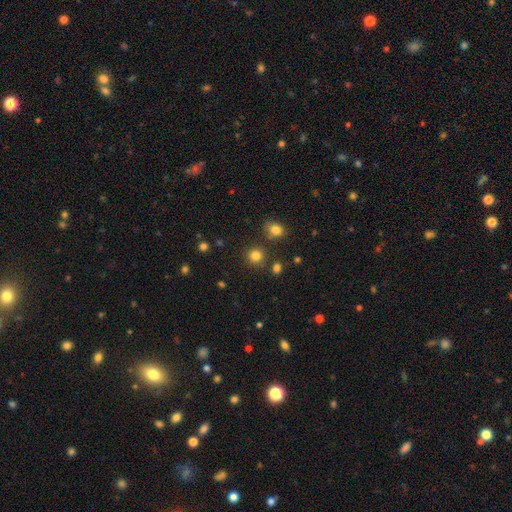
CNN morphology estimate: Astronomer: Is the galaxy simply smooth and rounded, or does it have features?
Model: smooth — 81%.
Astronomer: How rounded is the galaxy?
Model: round — 91%.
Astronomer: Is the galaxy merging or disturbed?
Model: none — 84%.